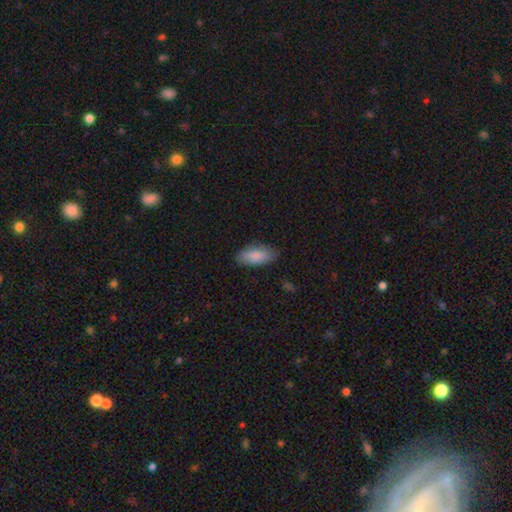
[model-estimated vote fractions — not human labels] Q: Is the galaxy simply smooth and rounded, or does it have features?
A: smooth — 86%.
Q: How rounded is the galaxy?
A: in between — 88%.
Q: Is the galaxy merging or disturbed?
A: none — 81%.